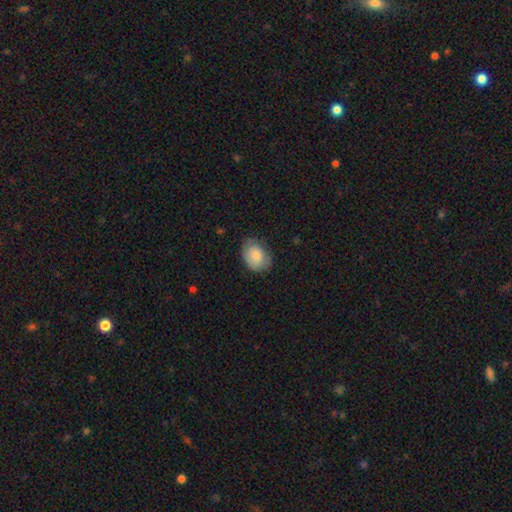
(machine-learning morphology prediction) Smooth or featured?
  - smooth: 76% *
  - featured or disk: 17%
  - star or artifact: 7%
How rounded?
  - in between: 68% *
  - round: 31%
  - cigar-shaped: 1%
Merging?
  - none: 68% *
  - minor disturbance: 25%
  - major disturbance: 6%
  - merger: 1%